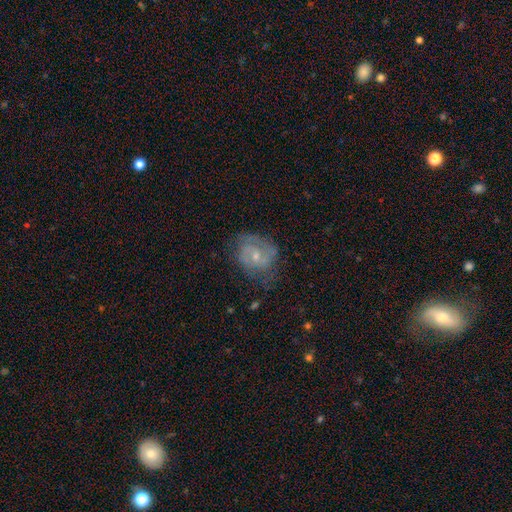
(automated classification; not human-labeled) smooth_or_featured: featured or disk (p=0.67) [alt: smooth p=0.25]
disk_edge_on: no (p=0.97) [alt: yes p=0.03]
bar: no (p=0.60) [alt: weak p=0.34]
has_spiral_arms: yes (p=0.82) [alt: no p=0.18]
spiral_winding: medium (p=0.43) [alt: tight p=0.41]
spiral_arm_count: 2 (p=0.59) [alt: can't tell p=0.24]
bulge_size: small (p=0.57) [alt: moderate p=0.38]
merging: none (p=0.57) [alt: minor disturbance p=0.26]